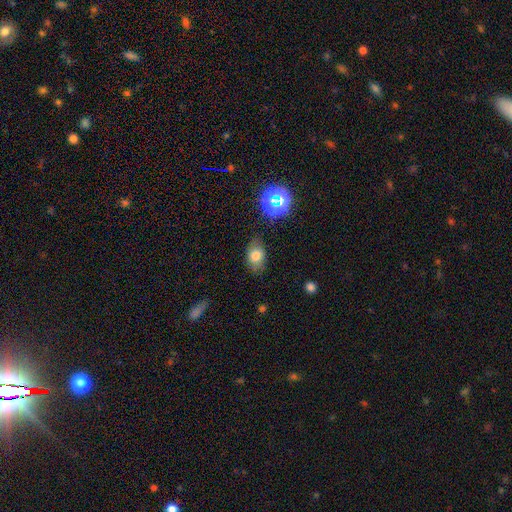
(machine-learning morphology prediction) smooth 74%, star or artifact 15%, featured or disk 11%. Down the decision tree: how rounded — in between (76%); merging — none (78%).